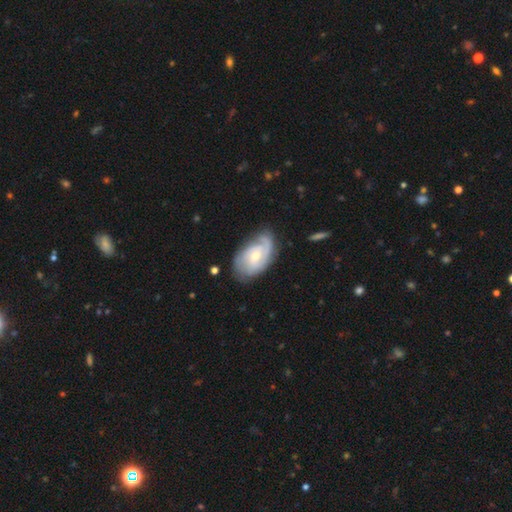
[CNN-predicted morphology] type=featured or disk (78%); edge-on=no (96%); bar=no (58%); spiral arms=yes (94%); winding=tight (50%); arm count=2 (39%); bulge=small (49%); merging=none (68%).